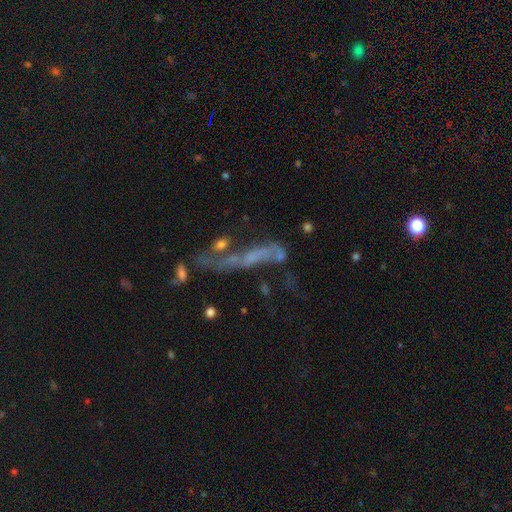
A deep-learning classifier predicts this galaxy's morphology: This is possibly a featured or disk galaxy (53%). It is likely not viewed edge-on (68%). Merging: marginally merger (32%).